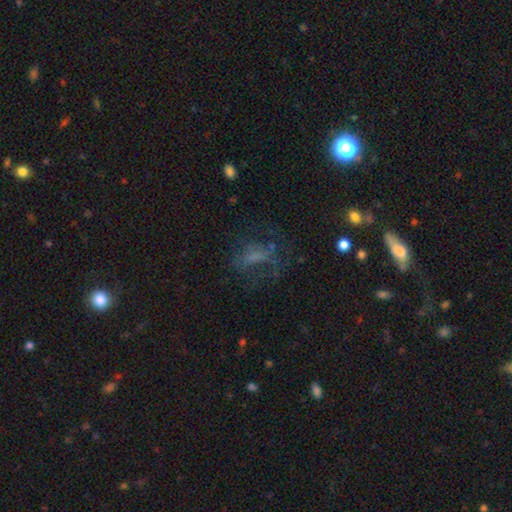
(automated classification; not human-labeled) Smooth or featured? Predicted: smooth (p=0.41). Merging? Predicted: none (p=0.50).